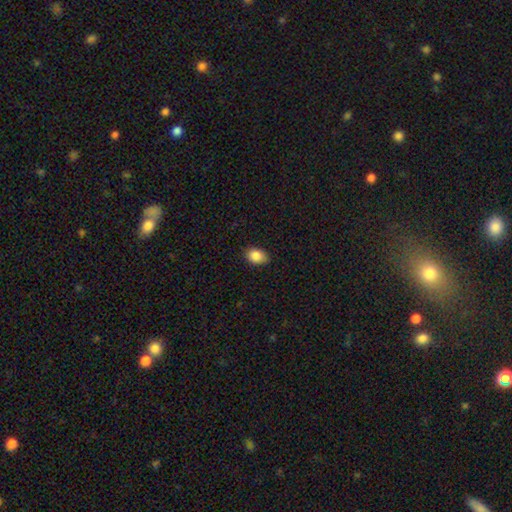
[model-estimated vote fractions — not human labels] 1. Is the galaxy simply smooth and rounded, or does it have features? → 87% smooth, 8% star or artifact, 5% featured or disk.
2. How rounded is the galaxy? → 79% in between, 20% round, 1% cigar-shaped.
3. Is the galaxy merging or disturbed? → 84% none, 13% minor disturbance, 2% major disturbance, 1% merger.